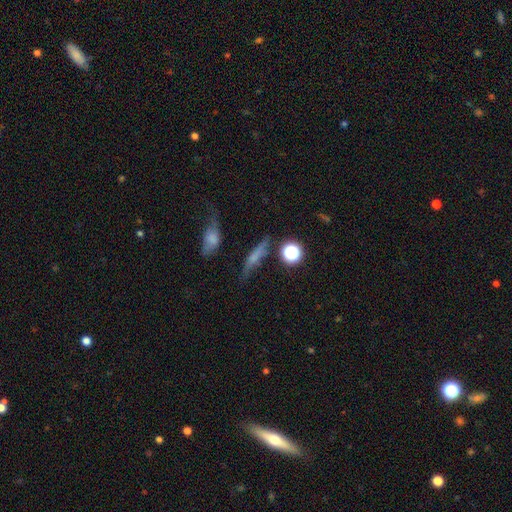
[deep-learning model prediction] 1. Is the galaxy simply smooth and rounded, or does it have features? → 53% smooth, 31% featured or disk, 16% star or artifact.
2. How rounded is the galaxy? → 65% cigar-shaped, 22% in between, 14% round.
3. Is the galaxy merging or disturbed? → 66% none, 19% minor disturbance, 8% major disturbance, 7% merger.